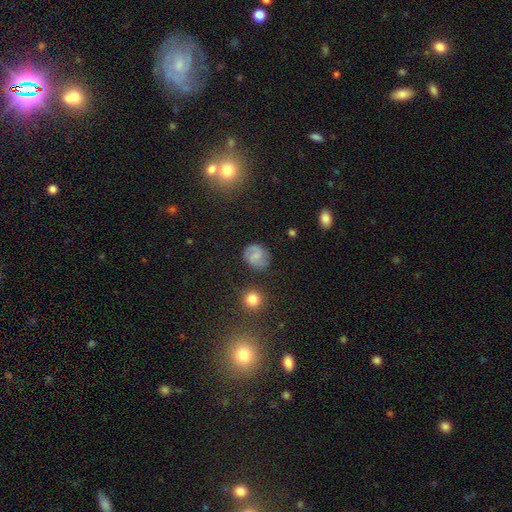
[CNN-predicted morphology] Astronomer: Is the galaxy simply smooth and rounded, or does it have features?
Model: featured or disk — 48% (runner-up: smooth, 41%).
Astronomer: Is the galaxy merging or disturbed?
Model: none — 78%.